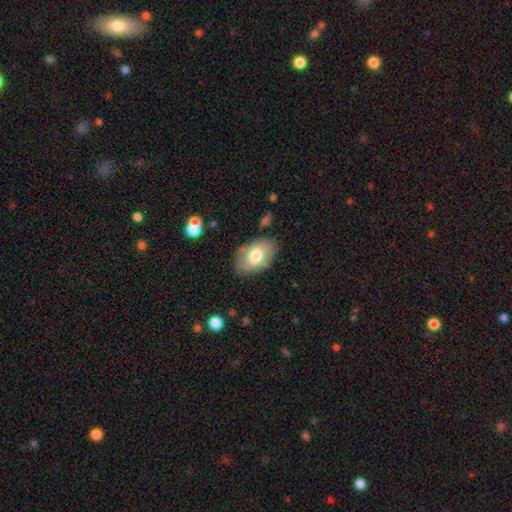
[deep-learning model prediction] Smooth or featured: smooth — 68% (featured or disk — 25%)
How rounded: in between — 92% (round — 7%)
Merging: none — 79% (minor disturbance — 15%)